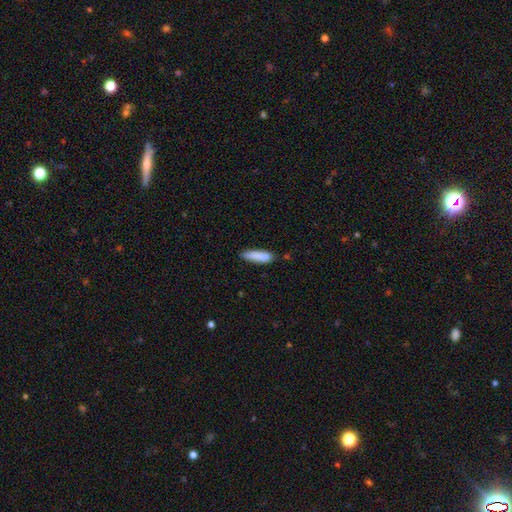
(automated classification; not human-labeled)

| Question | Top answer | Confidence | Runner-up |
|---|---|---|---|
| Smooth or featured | smooth | 86% | featured or disk (7%) |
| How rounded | cigar-shaped | 66% | in between (32%) |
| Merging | none | 77% | minor disturbance (17%) |